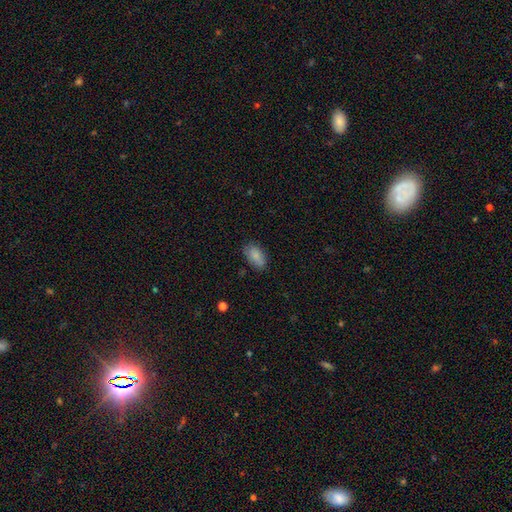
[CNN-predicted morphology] This appears to be a smooth galaxy with no disk features (85%) that is in between round and cigar-shaped (92%). Merging: none (78%).